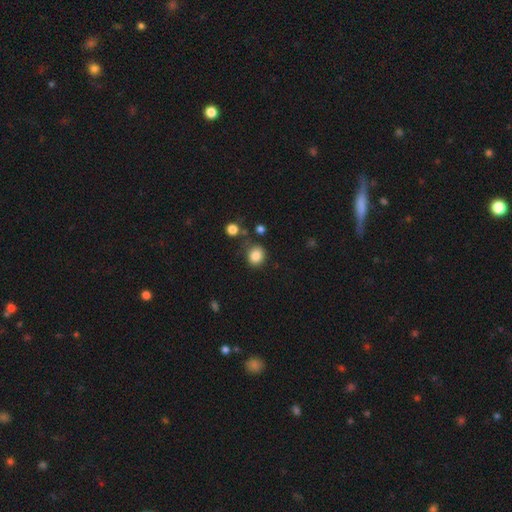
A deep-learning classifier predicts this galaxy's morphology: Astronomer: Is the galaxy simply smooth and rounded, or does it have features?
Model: smooth — 85%.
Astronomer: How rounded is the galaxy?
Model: round — 78%.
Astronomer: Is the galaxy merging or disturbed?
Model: none — 77%.